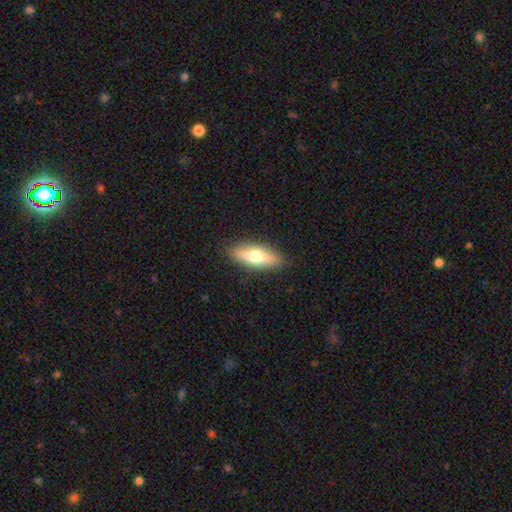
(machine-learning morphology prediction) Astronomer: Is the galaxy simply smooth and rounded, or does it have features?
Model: smooth — 59%.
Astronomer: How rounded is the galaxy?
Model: in between — 57% (runner-up: cigar-shaped, 40%).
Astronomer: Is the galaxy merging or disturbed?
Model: none — 87%.